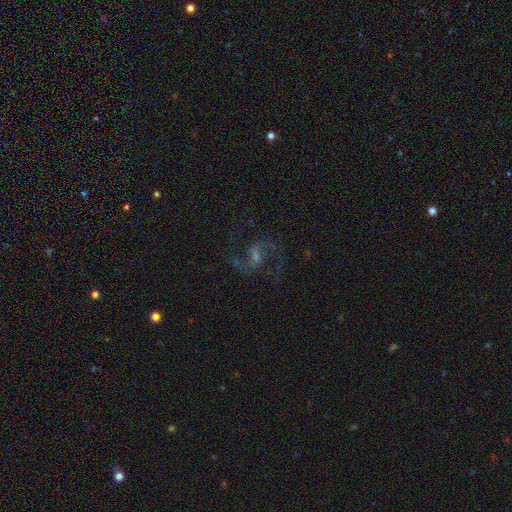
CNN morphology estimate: featured or disk 82%, star or artifact 11%, smooth 6%. Down the decision tree: edge-on disk — no (98%); bar — weak (52%); spiral arms — yes (97%); spiral arm count — 2 (92%); spiral winding — medium (48%); bulge size — small (49%); merging — none (77%).